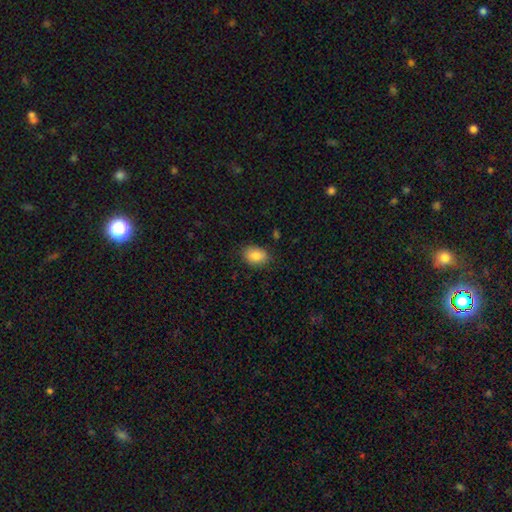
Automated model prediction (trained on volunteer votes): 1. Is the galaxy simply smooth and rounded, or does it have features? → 85% smooth, 8% star or artifact, 7% featured or disk.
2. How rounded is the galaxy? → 76% in between, 23% round, 1% cigar-shaped.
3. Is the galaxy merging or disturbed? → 83% none, 13% minor disturbance, 3% major disturbance, 1% merger.